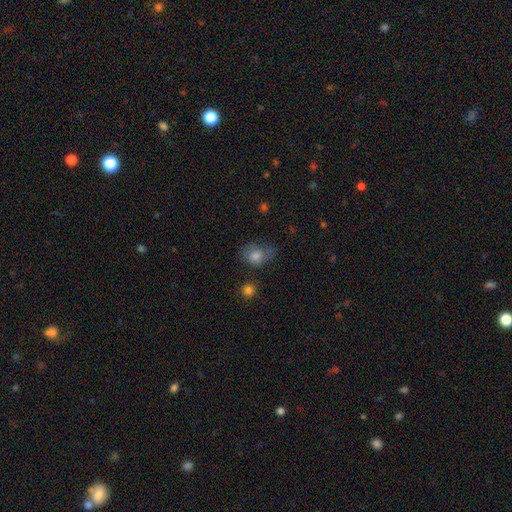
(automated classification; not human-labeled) Smooth or featured?
  - smooth: 67% *
  - featured or disk: 19%
  - star or artifact: 14%
How rounded?
  - in between: 51% *
  - round: 47%
  - cigar-shaped: 1%
Merging?
  - none: 48% *
  - minor disturbance: 30%
  - major disturbance: 18%
  - merger: 4%